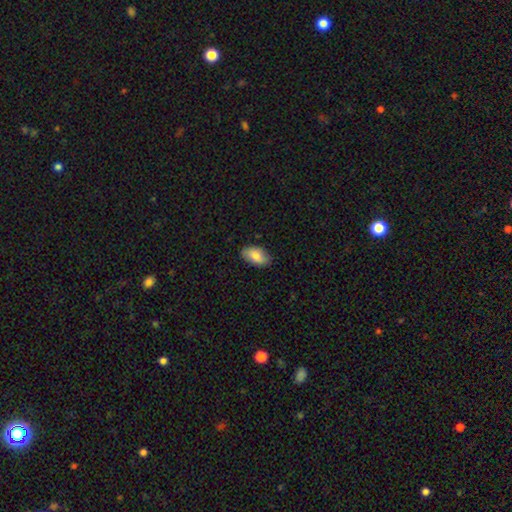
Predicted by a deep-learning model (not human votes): Smooth or featured?
  - smooth: 81% *
  - featured or disk: 12%
  - star or artifact: 6%
How rounded?
  - in between: 94% *
  - round: 4%
  - cigar-shaped: 2%
Merging?
  - none: 85% *
  - minor disturbance: 12%
  - major disturbance: 2%
  - merger: 1%